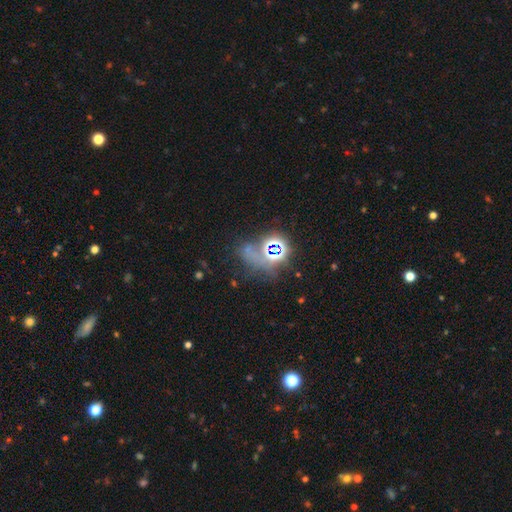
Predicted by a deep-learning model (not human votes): A star or artifact, not a galaxy (68%).

Vote fractions:
- Smooth or featured? star or artifact: 68% / smooth: 19% / featured or disk: 13%